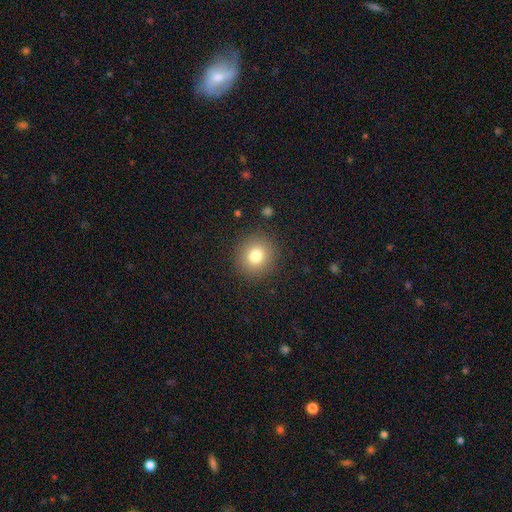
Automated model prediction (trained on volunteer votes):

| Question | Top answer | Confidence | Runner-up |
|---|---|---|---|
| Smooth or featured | smooth | 79% | star or artifact (12%) |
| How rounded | round | 88% | in between (11%) |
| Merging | none | 90% | minor disturbance (7%) |